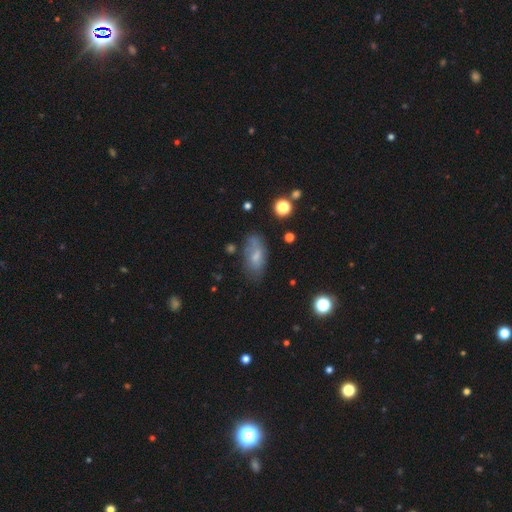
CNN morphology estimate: This is possibly a smooth galaxy (60%). How rounded: clearly in between (87%). Merging: possibly none (60%).